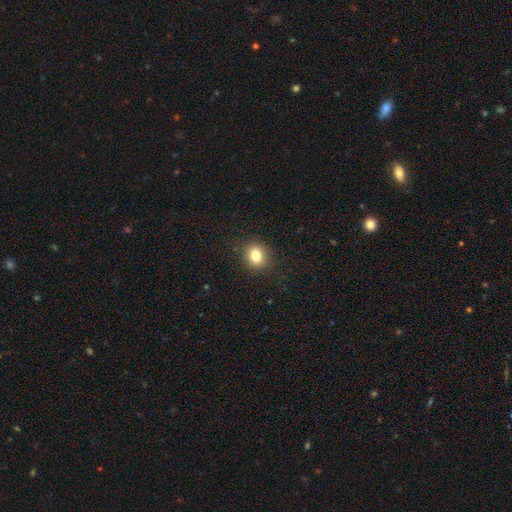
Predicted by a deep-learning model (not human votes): smooth-or-featured: smooth: 81% | star or artifact: 12% | featured or disk: 7%
  how-rounded: round: 70% | in between: 29% | cigar-shaped: 1%
  merging: none: 90% | minor disturbance: 7% | major disturbance: 2% | merger: 1%